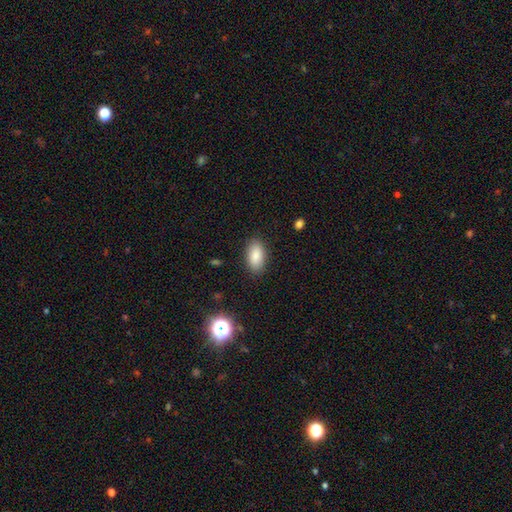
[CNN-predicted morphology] A smooth galaxy with no disk features (87%) that is in between round and cigar-shaped (92%).

Vote fractions:
- Smooth or featured? smooth: 87% / star or artifact: 7% / featured or disk: 6%
- How rounded? in between: 92% / cigar-shaped: 4% / round: 3%
- Merging? none: 87% / minor disturbance: 9% / major disturbance: 3% / merger: 1%